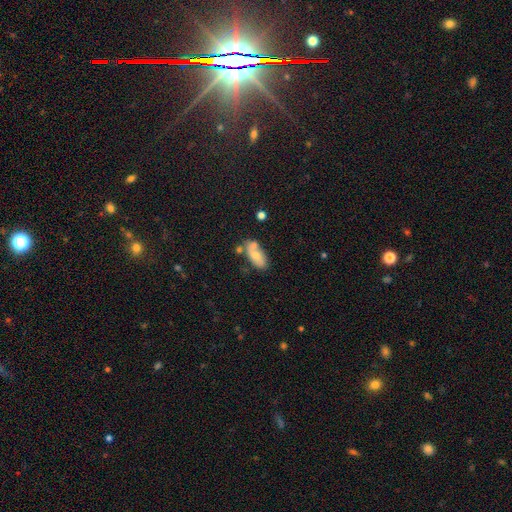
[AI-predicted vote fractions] Smooth or featured? smooth (65%)
How rounded? in between (85%)
Merging? none (46%)